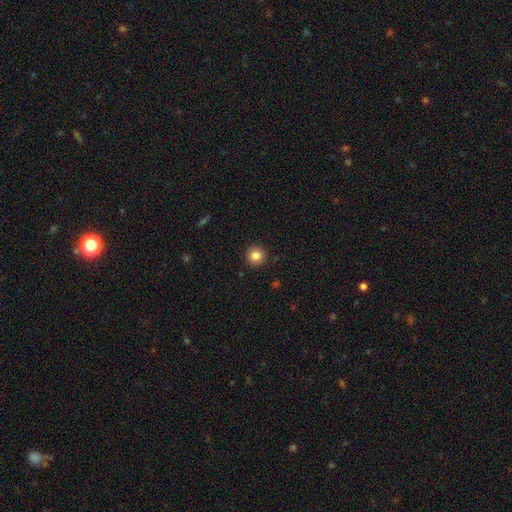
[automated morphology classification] smooth-or-featured: smooth: 85% | star or artifact: 10% | featured or disk: 5%
  how-rounded: round: 94% | in between: 5% | cigar-shaped: 1%
  merging: none: 92% | minor disturbance: 5% | major disturbance: 2% | merger: 1%